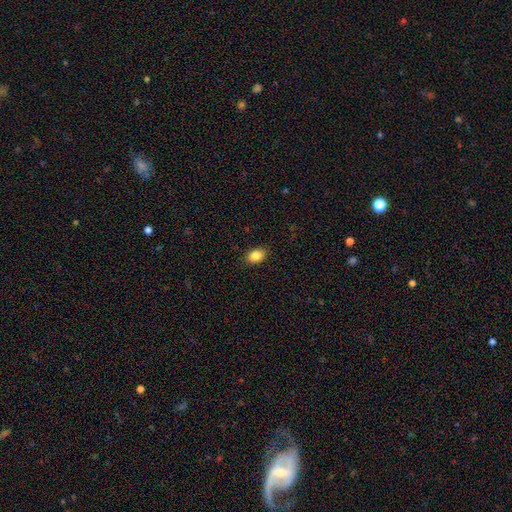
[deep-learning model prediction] This appears to be a smooth galaxy with no disk features (86%) that is in between round and cigar-shaped (78%). Merging: none (88%).